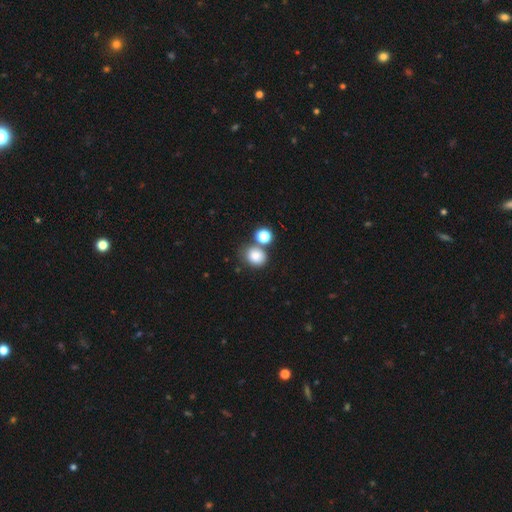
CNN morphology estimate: Q: Smooth or featured?
A: smooth (82%); runner-up: star or artifact (11%)
Q: How rounded?
A: round (65%); runner-up: in between (34%)
Q: Merging?
A: none (57%); runner-up: merger (25%)